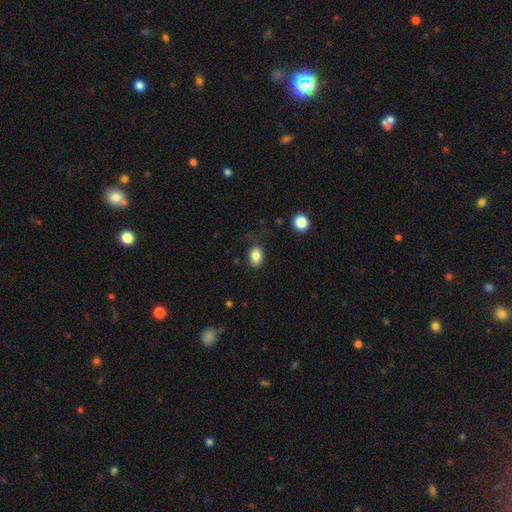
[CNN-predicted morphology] type=smooth (83%); roundness=in between (73%); merging=none (77%).